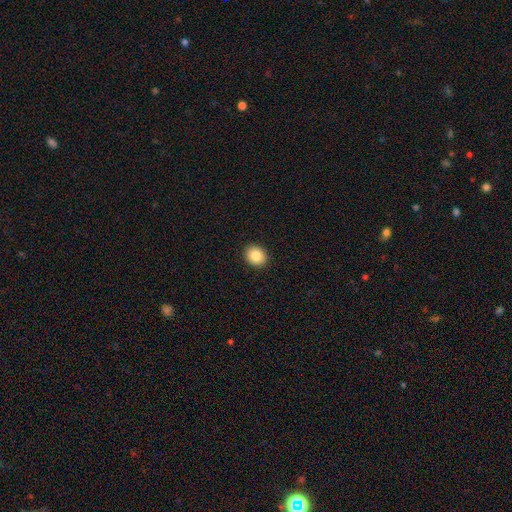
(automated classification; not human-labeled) A smooth galaxy with no disk features (84%) that is round (65%). Merging: none (92%).